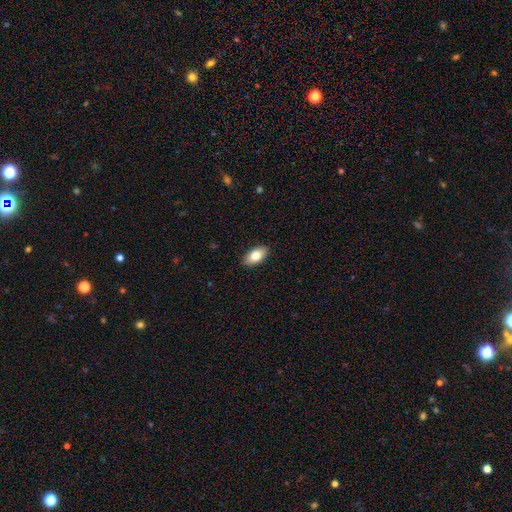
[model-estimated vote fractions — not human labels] Smooth or featured? Predicted: smooth (p=0.80). How rounded? Predicted: in between (p=0.92). Merging? Predicted: none (p=0.89).